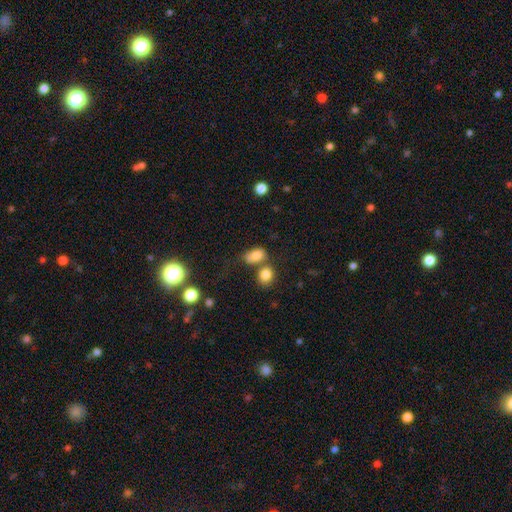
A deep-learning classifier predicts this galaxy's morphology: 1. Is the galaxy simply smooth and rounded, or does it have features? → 80% smooth, 11% star or artifact, 9% featured or disk.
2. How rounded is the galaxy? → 80% in between, 18% round, 2% cigar-shaped.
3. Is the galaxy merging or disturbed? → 44% none, 34% merger, 15% minor disturbance, 7% major disturbance.